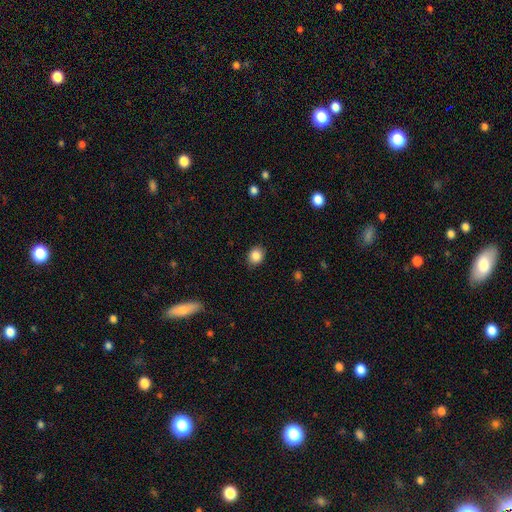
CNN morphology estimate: Q: Smooth or featured?
A: smooth (86%); runner-up: star or artifact (9%)
Q: How rounded?
A: round (67%); runner-up: in between (32%)
Q: Merging?
A: none (87%); runner-up: minor disturbance (10%)